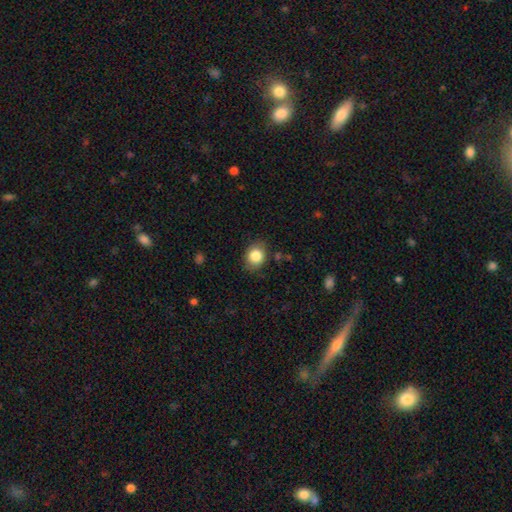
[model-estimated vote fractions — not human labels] smooth 84%, star or artifact 9%, featured or disk 7%. Down the decision tree: how rounded — round (55%); merging — none (81%).